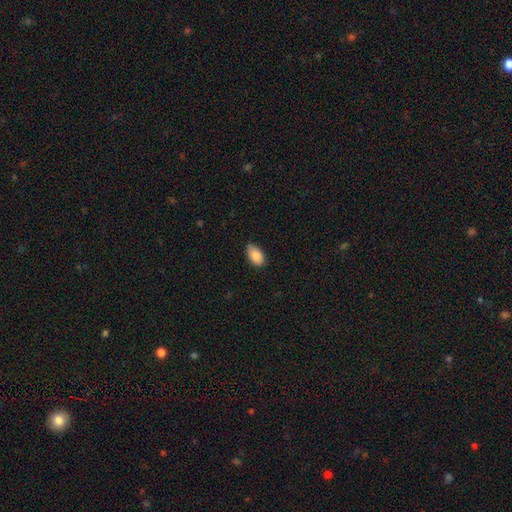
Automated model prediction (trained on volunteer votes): smooth_or_featured: smooth (p=0.87) [alt: star or artifact p=0.07]
how_rounded: in between (p=0.94) [alt: round p=0.04]
merging: none (p=0.77) [alt: minor disturbance p=0.19]